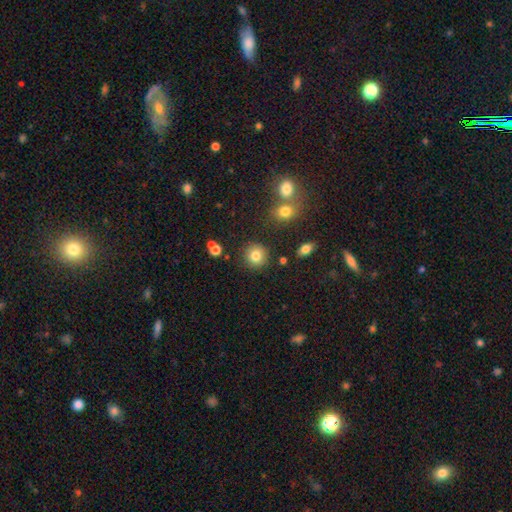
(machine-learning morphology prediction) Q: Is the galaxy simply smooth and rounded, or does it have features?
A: smooth — 82%.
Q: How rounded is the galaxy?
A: round — 91%.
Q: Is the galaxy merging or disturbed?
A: none — 87%.